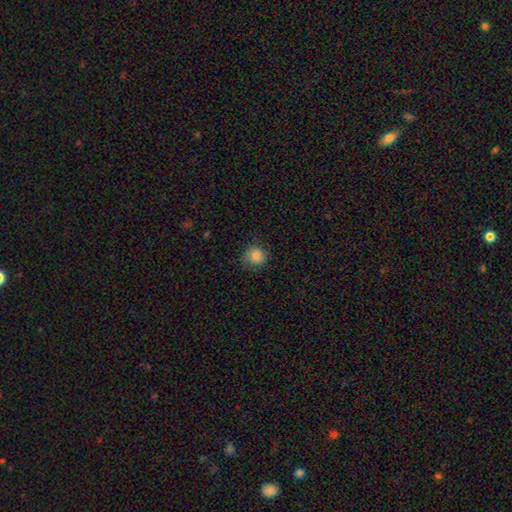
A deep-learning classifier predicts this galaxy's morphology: Smooth or featured? smooth (84%)
How rounded? round (87%)
Merging? none (76%)